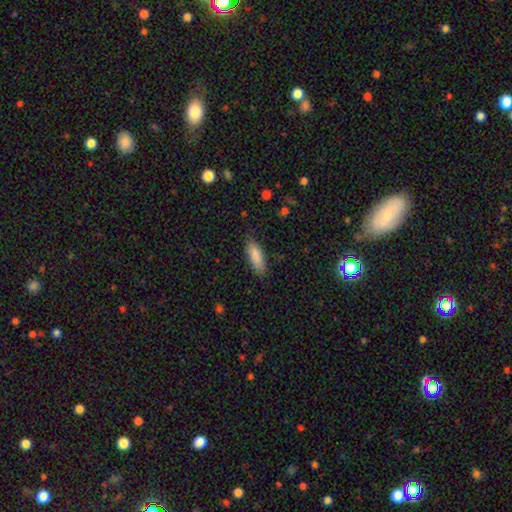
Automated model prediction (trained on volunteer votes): A smooth galaxy with no disk features (87%) that is in between round and cigar-shaped (62%).

Vote fractions:
- Smooth or featured? smooth: 87% / featured or disk: 7% / star or artifact: 7%
- How rounded? in between: 62% / cigar-shaped: 36% / round: 2%
- Merging? none: 83% / minor disturbance: 13% / major disturbance: 3% / merger: 1%